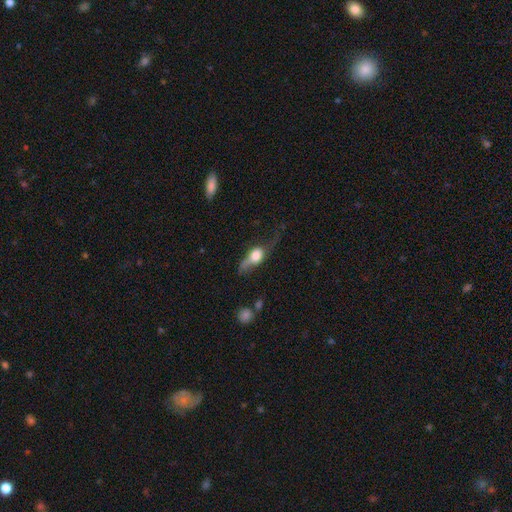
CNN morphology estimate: type=smooth (51%); roundness=in between (61%); merging=major disturbance (37%).